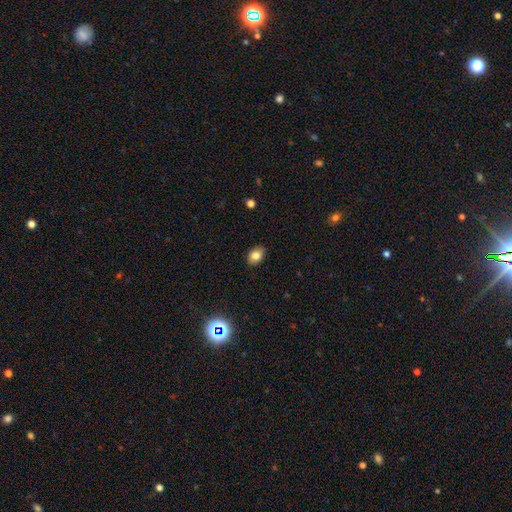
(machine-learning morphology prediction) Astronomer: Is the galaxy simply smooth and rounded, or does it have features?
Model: smooth — 81%.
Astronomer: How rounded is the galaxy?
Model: in between — 75%.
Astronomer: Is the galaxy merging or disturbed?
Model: none — 85%.